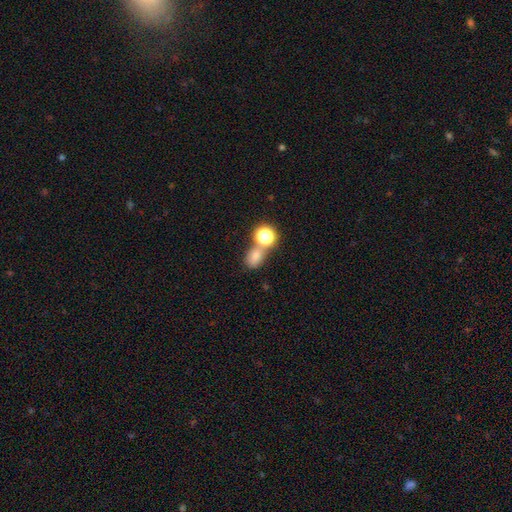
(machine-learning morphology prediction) This appears to be a smooth galaxy with no disk features (72%) that is in between round and cigar-shaped (51%). Merging: none (51%).